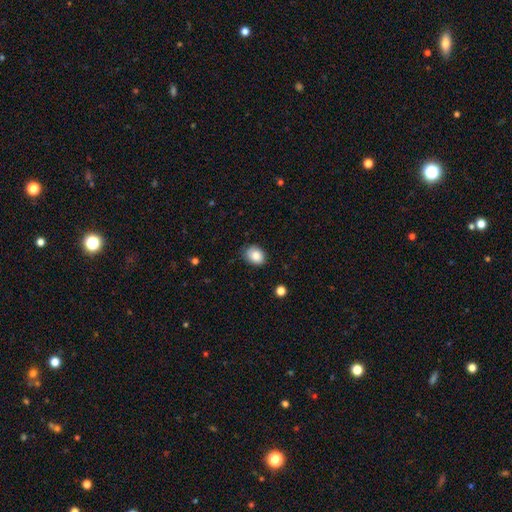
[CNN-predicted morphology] Smooth or featured: smooth — 84% (star or artifact — 9%)
How rounded: in between — 50% (round — 49%)
Merging: none — 81% (minor disturbance — 16%)